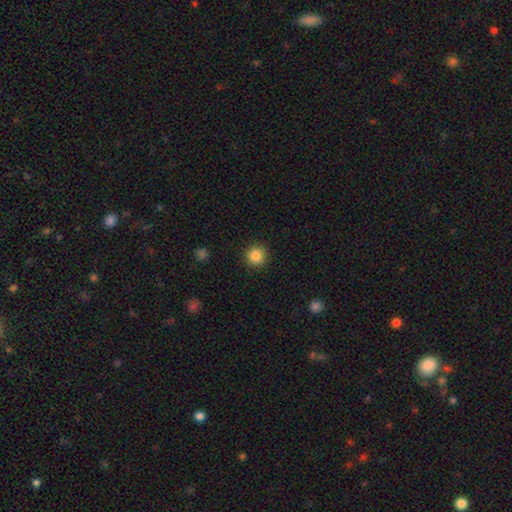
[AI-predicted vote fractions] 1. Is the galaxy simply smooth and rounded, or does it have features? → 86% smooth, 10% star or artifact, 4% featured or disk.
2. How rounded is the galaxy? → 95% round, 4% in between, 1% cigar-shaped.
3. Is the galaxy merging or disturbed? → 92% none, 5% minor disturbance, 2% major disturbance, 1% merger.